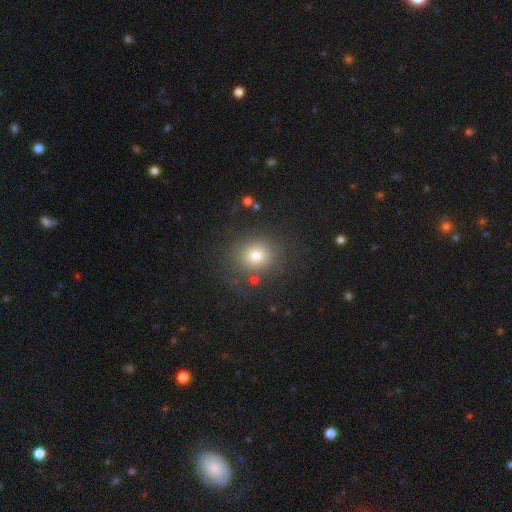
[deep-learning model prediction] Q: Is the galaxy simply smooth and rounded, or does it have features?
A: smooth — 75%.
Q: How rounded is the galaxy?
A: round — 78%.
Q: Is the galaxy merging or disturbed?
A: none — 78%.